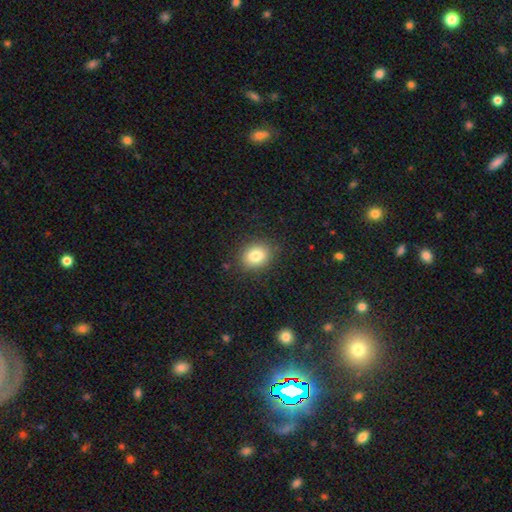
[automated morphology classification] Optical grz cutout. It shows a smooth galaxy with no disk features (81%) that is round (59%). Merging: none (87%).